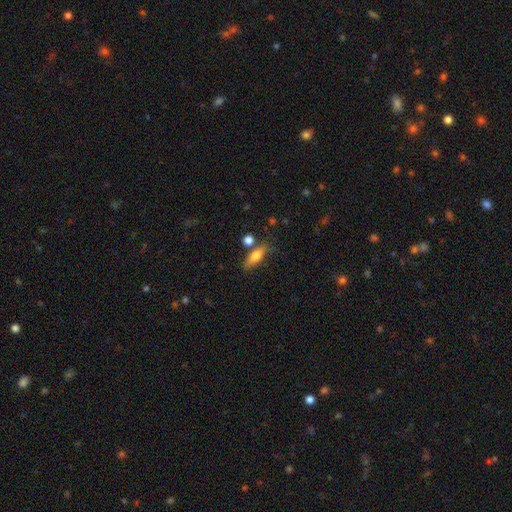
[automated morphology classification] This appears to be a smooth galaxy with no disk features (65%) that is in between round and cigar-shaped (57%). Merging: none (64%).